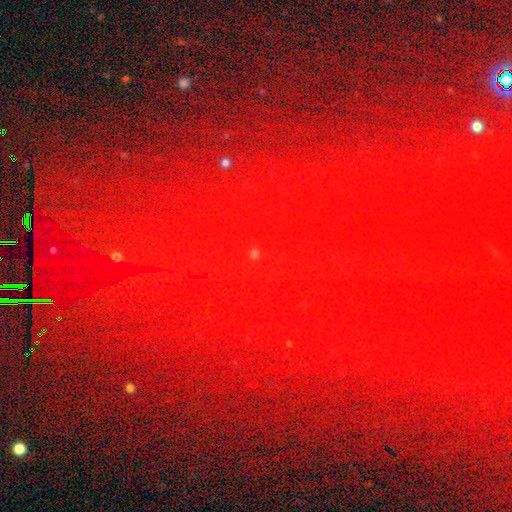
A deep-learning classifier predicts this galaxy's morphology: A star or artifact, not a galaxy (83%).

Vote fractions:
- Smooth or featured? star or artifact: 83% / smooth: 9% / featured or disk: 8%